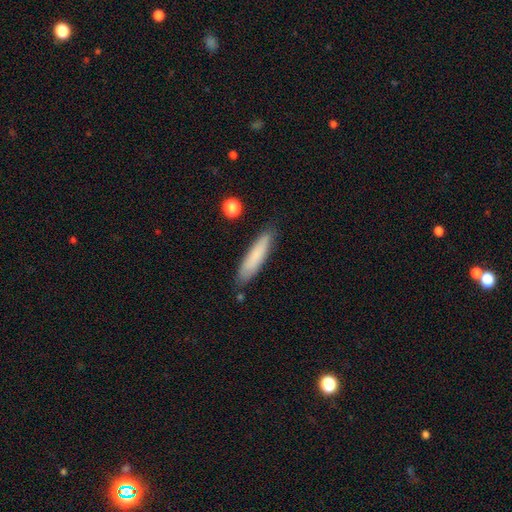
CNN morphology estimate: smooth 79%, featured or disk 15%, star or artifact 6%. Down the decision tree: how rounded — cigar-shaped (83%); merging — none (83%).